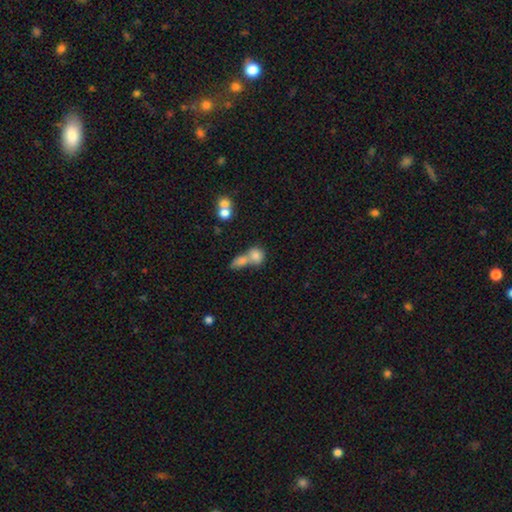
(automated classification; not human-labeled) smooth 77%, featured or disk 13%, star or artifact 10%. Down the decision tree: how rounded — round (65%); merging — merger (62%).